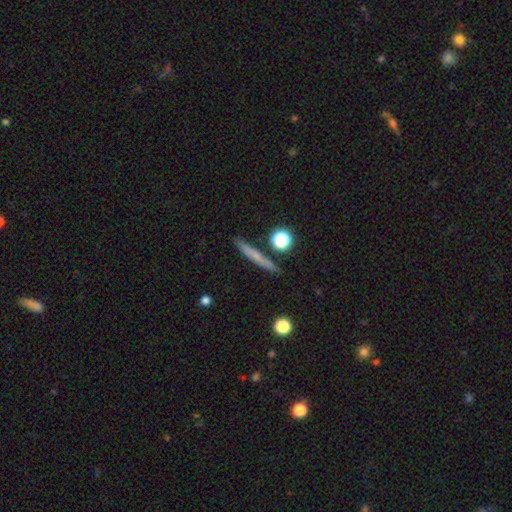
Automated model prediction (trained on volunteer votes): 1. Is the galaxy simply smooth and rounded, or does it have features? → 59% smooth, 32% featured or disk, 9% star or artifact.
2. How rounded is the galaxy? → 88% cigar-shaped, 7% round, 5% in between.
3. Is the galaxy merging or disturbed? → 84% none, 10% minor disturbance, 4% merger, 2% major disturbance.